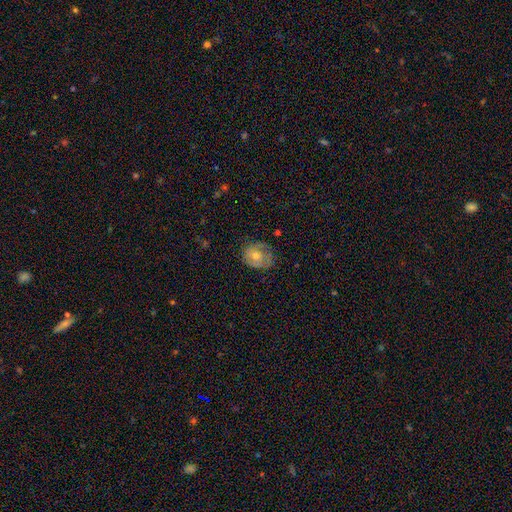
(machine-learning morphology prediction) Smooth or featured? Predicted: featured or disk (p=0.46). Merging? Predicted: none (p=0.64).